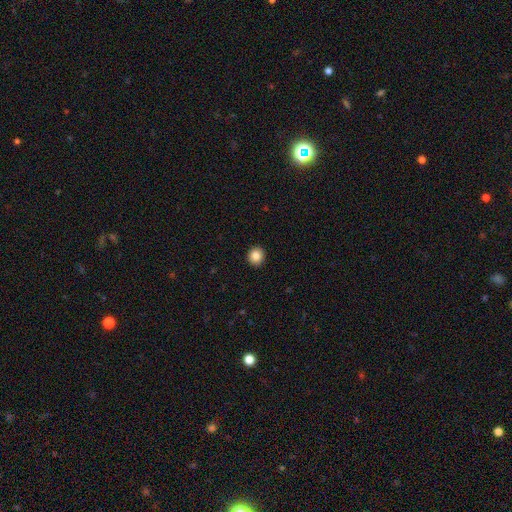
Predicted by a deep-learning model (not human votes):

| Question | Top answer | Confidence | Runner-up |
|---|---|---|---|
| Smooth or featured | smooth | 85% | star or artifact (10%) |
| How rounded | round | 92% | in between (7%) |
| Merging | none | 93% | minor disturbance (5%) |